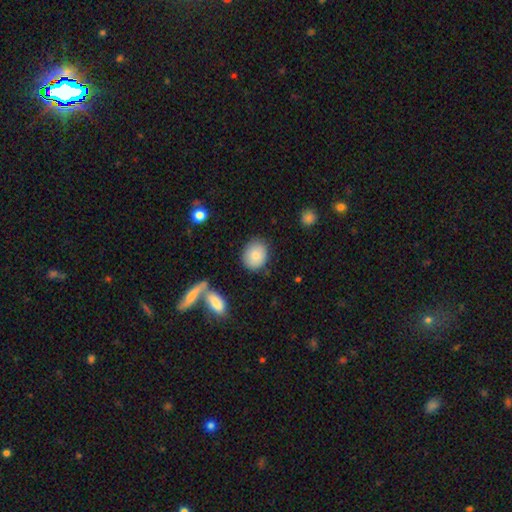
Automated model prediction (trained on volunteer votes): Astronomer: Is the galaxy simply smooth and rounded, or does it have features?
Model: smooth — 84%.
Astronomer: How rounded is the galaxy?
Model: round — 61% (runner-up: in between, 38%).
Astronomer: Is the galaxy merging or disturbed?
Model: none — 79%.